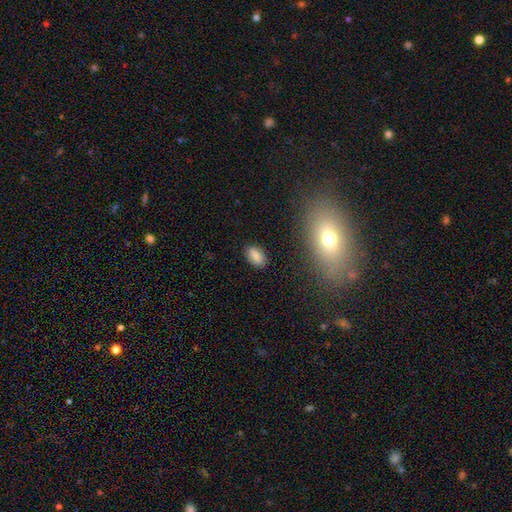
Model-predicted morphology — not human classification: smooth_or_featured: smooth (p=0.84) [alt: star or artifact p=0.10]
how_rounded: in between (p=0.91) [alt: round p=0.06]
merging: none (p=0.85) [alt: minor disturbance p=0.10]